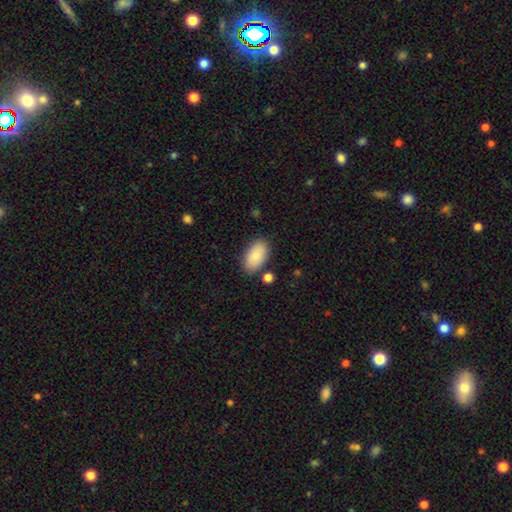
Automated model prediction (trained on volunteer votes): Smooth or featured? smooth (86%)
How rounded? in between (95%)
Merging? none (81%)